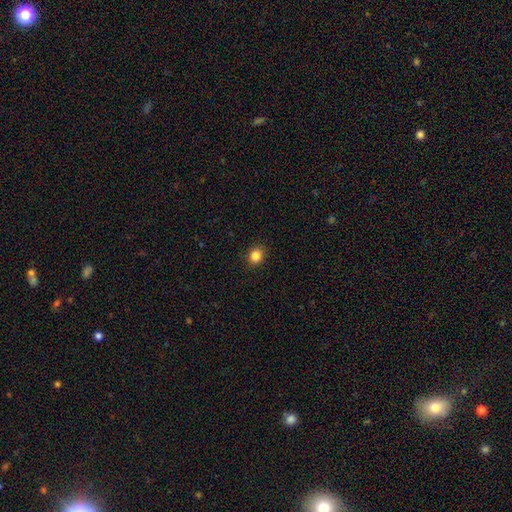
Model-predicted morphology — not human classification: smooth 85%, star or artifact 11%, featured or disk 4%. Down the decision tree: how rounded — round (76%); merging — none (90%).